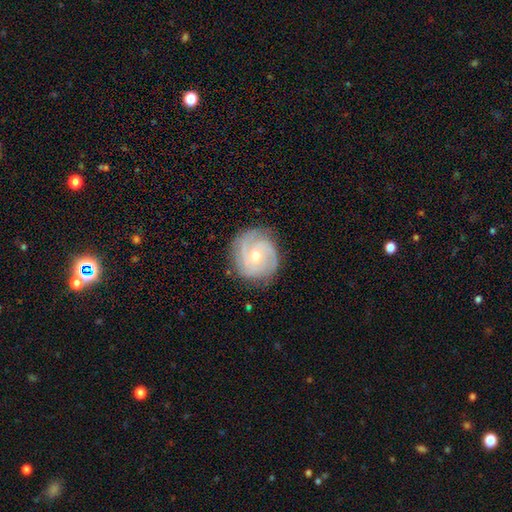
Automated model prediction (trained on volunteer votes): Q: Smooth or featured?
A: featured or disk (86%); runner-up: smooth (9%)
Q: Edge-on disk?
A: no (98%); runner-up: yes (2%)
Q: Bar?
A: no (61%); runner-up: weak (32%)
Q: Spiral arms?
A: yes (97%); runner-up: no (3%)
Q: Spiral winding?
A: tight (66%); runner-up: medium (29%)
Q: Spiral arm count?
A: 3 (41%); runner-up: 2 (25%)
Q: Bulge size?
A: moderate (50%); runner-up: small (47%)
Q: Merging?
A: none (83%); runner-up: minor disturbance (13%)